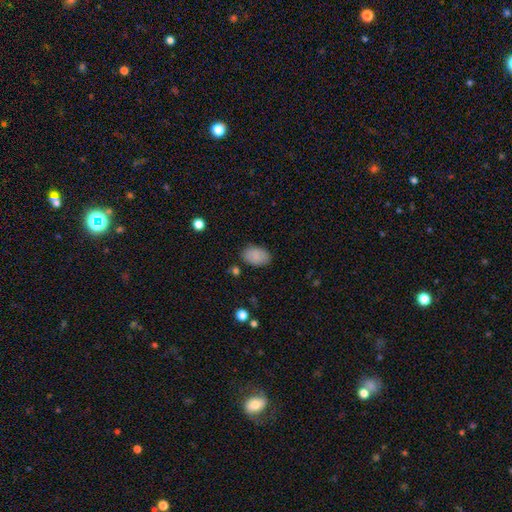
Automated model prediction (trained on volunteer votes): The model was most divided on "merging": none: 83%, minor disturbance: 12%, major disturbance: 3%, merger: 2%. More confident: how rounded — in between (90%); smooth or featured — smooth (88%).